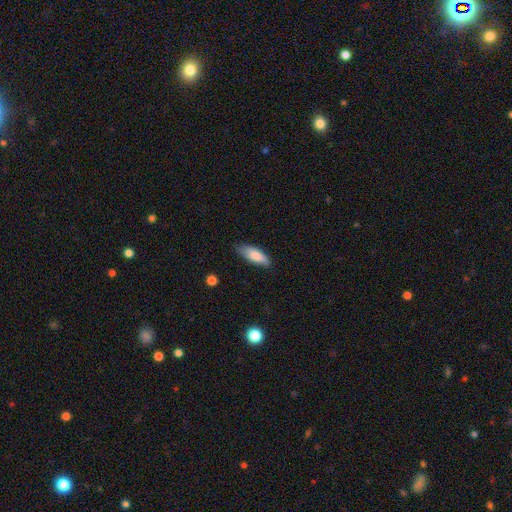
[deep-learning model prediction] smooth 80%, featured or disk 14%, star or artifact 6%. Down the decision tree: how rounded — in between (67%); merging — none (75%).